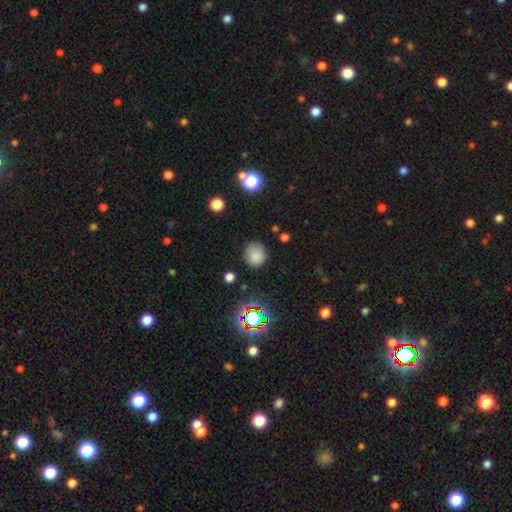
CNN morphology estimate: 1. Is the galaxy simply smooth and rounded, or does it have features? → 80% smooth, 14% star or artifact, 6% featured or disk.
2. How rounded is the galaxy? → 80% round, 19% in between, 1% cigar-shaped.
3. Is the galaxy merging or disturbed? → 78% none, 16% minor disturbance, 4% major disturbance, 2% merger.